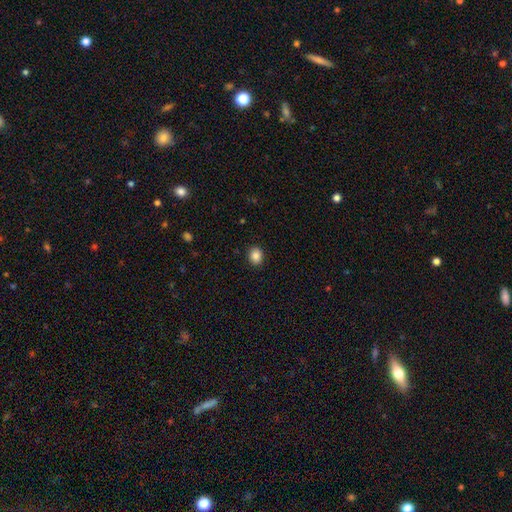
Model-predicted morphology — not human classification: This is clearly a smooth galaxy (87%). How rounded: likely round (64%). Merging: clearly none (91%).